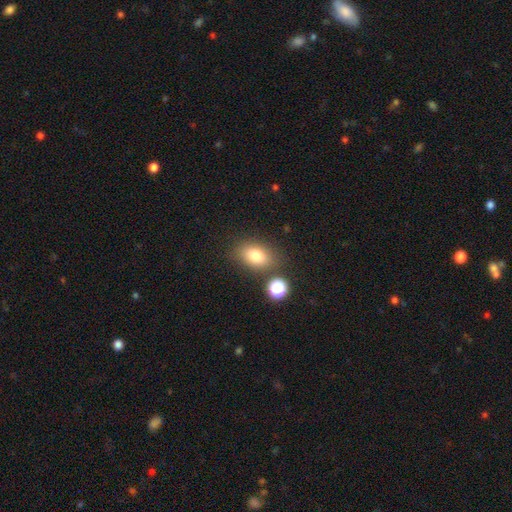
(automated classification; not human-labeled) A smooth galaxy with no disk features (79%) that is in between round and cigar-shaped (81%). Merging: none (77%).